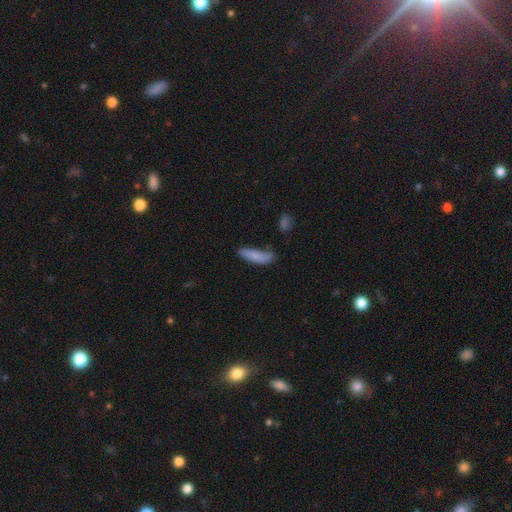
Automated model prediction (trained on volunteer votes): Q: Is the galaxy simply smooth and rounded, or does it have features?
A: smooth — 82%.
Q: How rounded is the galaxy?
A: cigar-shaped — 62%.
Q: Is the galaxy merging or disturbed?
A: none — 63%.